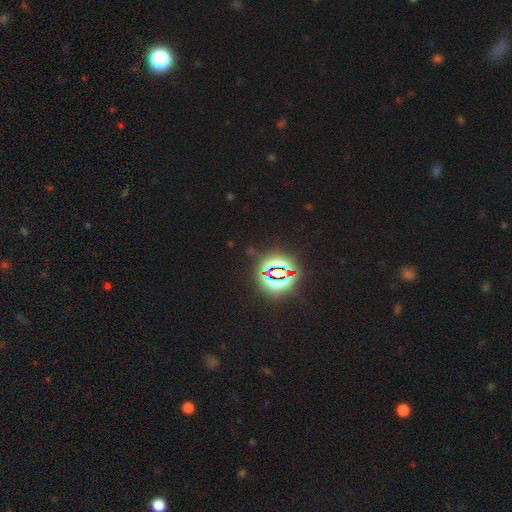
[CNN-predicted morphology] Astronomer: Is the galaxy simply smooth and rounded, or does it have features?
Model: star or artifact — 82%.